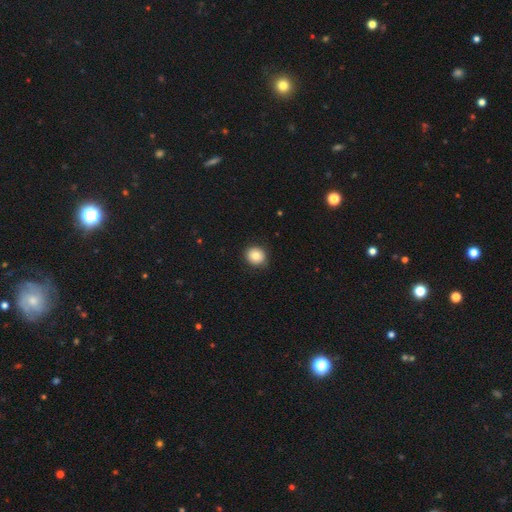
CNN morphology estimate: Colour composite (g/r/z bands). It shows a smooth galaxy with no disk features (83%) that is round (87%). Merging: none (86%).